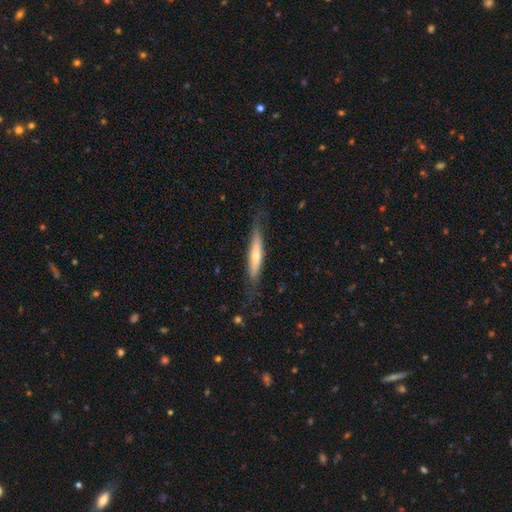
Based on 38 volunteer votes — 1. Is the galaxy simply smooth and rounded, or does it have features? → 87% smooth, 13% featured or disk, 0% star or artifact.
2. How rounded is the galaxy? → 88% cigar-shaped, 12% in between, 0% round.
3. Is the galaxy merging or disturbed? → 79% none, 16% minor disturbance, 3% major disturbance, 3% merger.